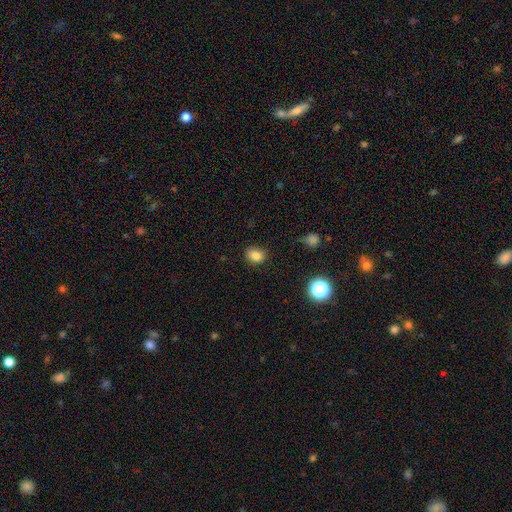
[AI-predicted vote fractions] smooth 83%, star or artifact 12%, featured or disk 6%. Down the decision tree: how rounded — in between (54%); merging — none (84%).